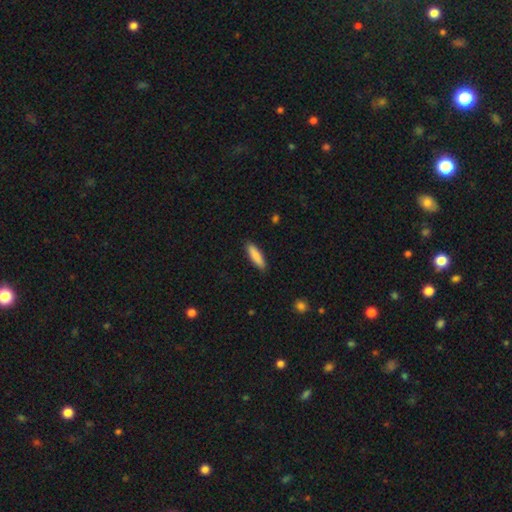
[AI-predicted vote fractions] Overall: smooth (86%). How rounded: cigar-shaped (69%; in between 30%). Merging: none (89%).